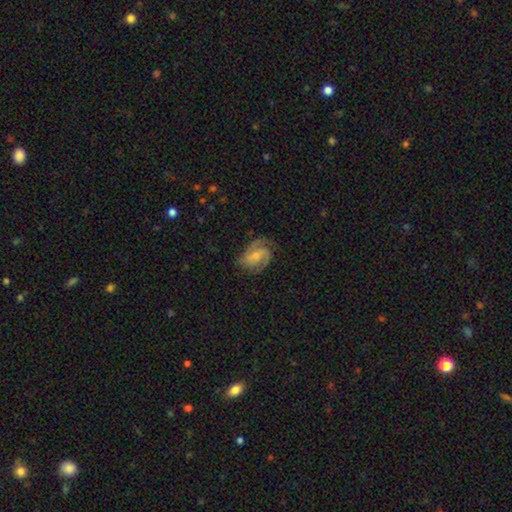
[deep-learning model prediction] A featured or disk galaxy (79%) with no bar (47%), 2 (53%) medium (47%) spiral arms (96%) and a small central bulge (56%). Merging: none (68%).